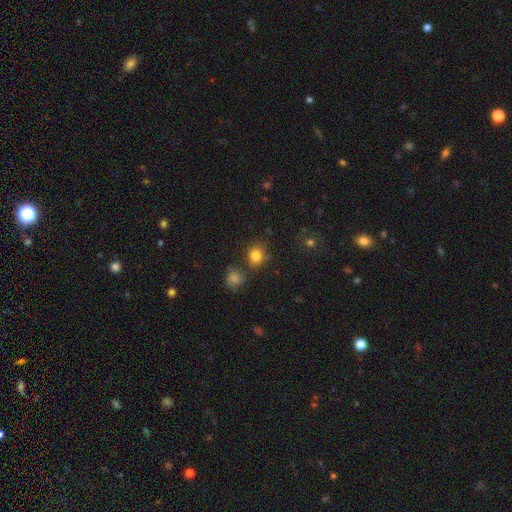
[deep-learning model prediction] smooth-or-featured: smooth: 81% | star or artifact: 12% | featured or disk: 6%
  how-rounded: round: 65% | in between: 34% | cigar-shaped: 1%
  merging: none: 74% | minor disturbance: 14% | merger: 8% | major disturbance: 4%